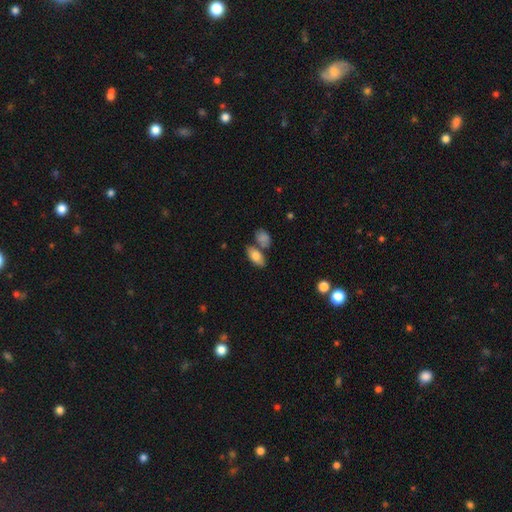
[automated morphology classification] Smooth or featured? Predicted: smooth (p=0.78). How rounded? Predicted: in between (p=0.89). Merging? Predicted: none (p=0.55).